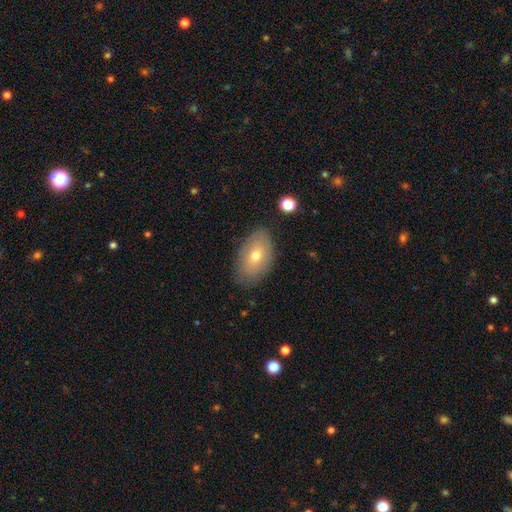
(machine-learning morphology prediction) Overall: smooth (60%; featured or disk 32%). How rounded: in between (91%). Merging: none (79%).